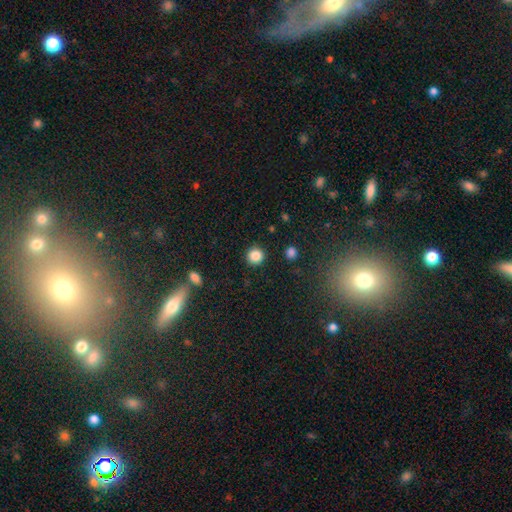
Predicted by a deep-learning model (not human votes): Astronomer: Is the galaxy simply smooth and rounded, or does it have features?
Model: smooth — 86%.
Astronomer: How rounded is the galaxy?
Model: round — 93%.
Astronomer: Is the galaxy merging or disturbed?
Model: none — 91%.